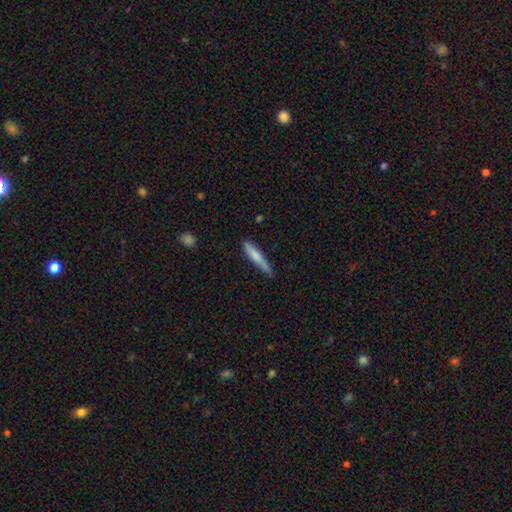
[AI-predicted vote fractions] Overall: smooth (72%). How rounded: cigar-shaped (90%). Merging: none (71%).